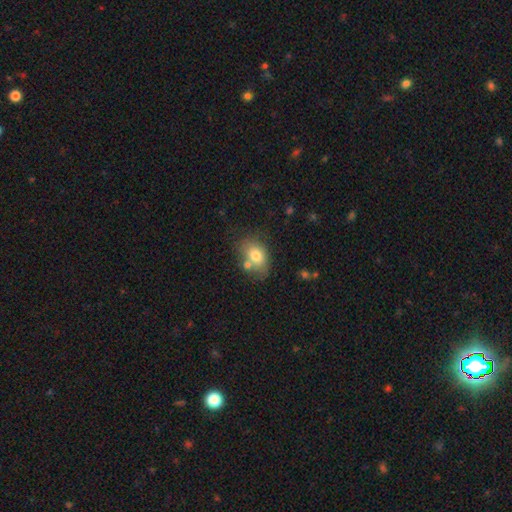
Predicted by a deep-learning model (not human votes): This appears to be a smooth galaxy with no disk features (75%) that is in between round and cigar-shaped (76%). Merging: none (53%).